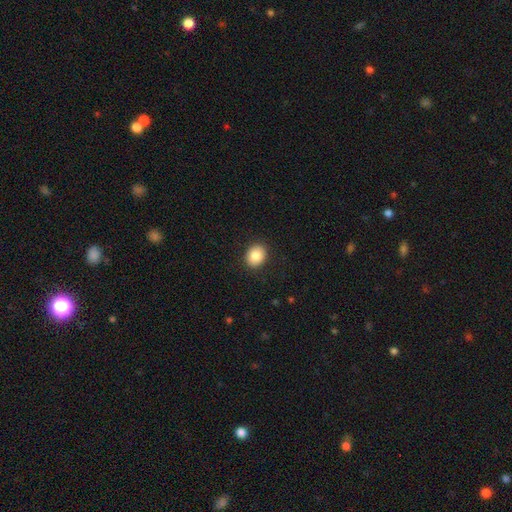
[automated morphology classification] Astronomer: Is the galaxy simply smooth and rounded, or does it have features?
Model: smooth — 86%.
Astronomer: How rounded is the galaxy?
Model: round — 51% (runner-up: in between, 49%).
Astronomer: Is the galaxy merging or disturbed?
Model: none — 90%.